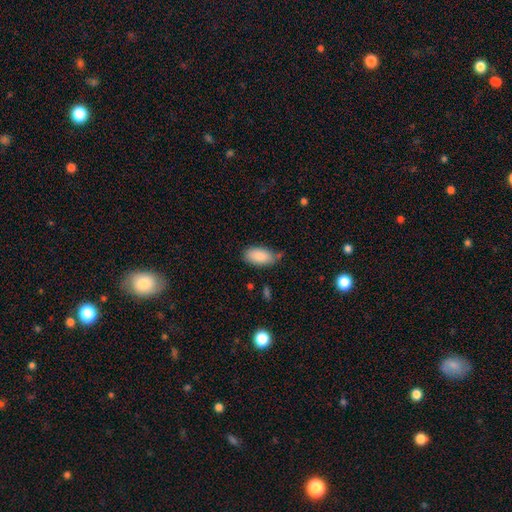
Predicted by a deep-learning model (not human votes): Smooth or featured? smooth (87%)
How rounded? in between (93%)
Merging? none (68%)